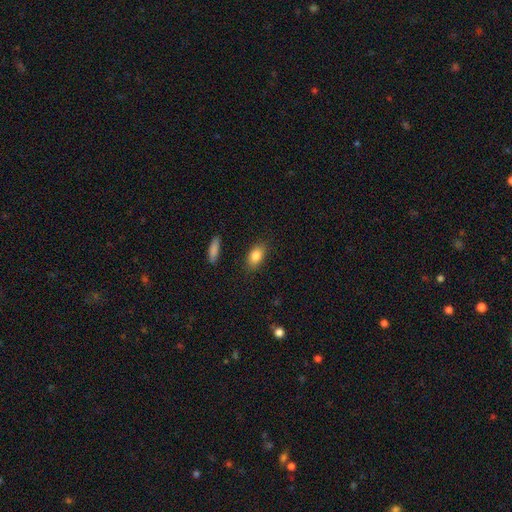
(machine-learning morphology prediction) Smooth or featured?
  - smooth: 84% *
  - featured or disk: 8%
  - star or artifact: 8%
How rounded?
  - in between: 86% *
  - round: 9%
  - cigar-shaped: 5%
Merging?
  - none: 84% *
  - minor disturbance: 11%
  - major disturbance: 3%
  - merger: 2%